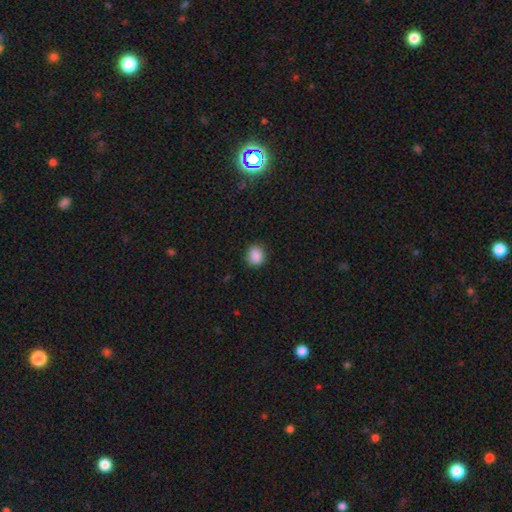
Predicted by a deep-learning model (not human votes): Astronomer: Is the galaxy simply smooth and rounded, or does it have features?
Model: smooth — 88%.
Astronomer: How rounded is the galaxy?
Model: round — 74%.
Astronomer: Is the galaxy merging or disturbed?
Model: none — 87%.